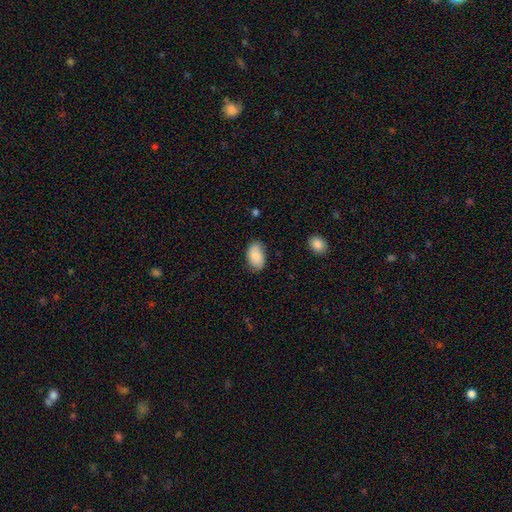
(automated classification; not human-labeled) Morphology: type=smooth (84%); roundness=in between (93%); merging=none (73%).